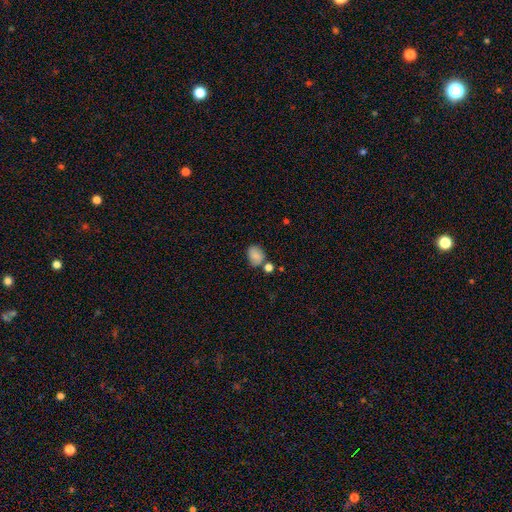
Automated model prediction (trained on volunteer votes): A smooth galaxy with no disk features (81%) that is in between round and cigar-shaped (61%). Merging: none (57%).